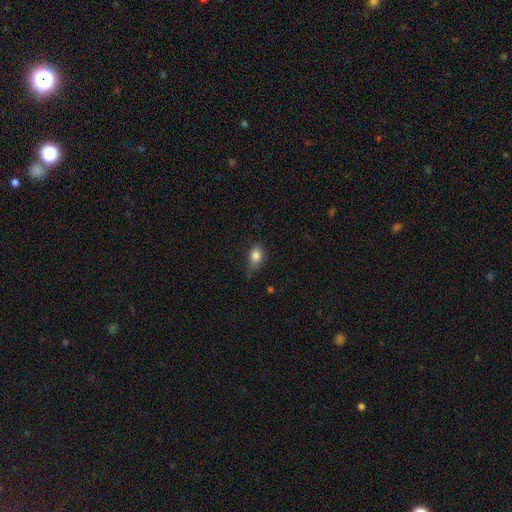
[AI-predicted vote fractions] Q: Smooth or featured?
A: smooth (84%); runner-up: star or artifact (9%)
Q: How rounded?
A: in between (76%); runner-up: round (22%)
Q: Merging?
A: none (66%); runner-up: minor disturbance (27%)